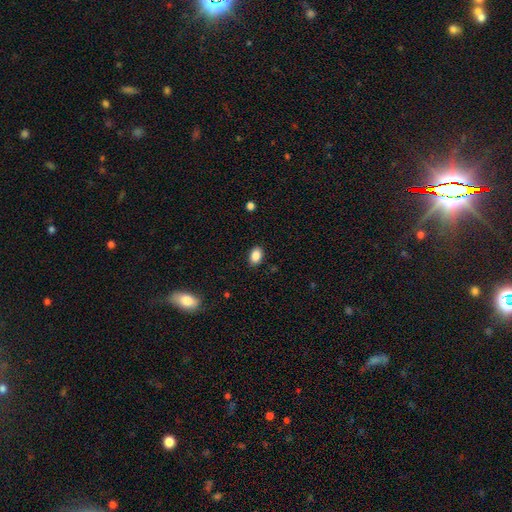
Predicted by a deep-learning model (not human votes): This is clearly a smooth galaxy (87%). How rounded: clearly in between (81%). Merging: clearly none (88%).